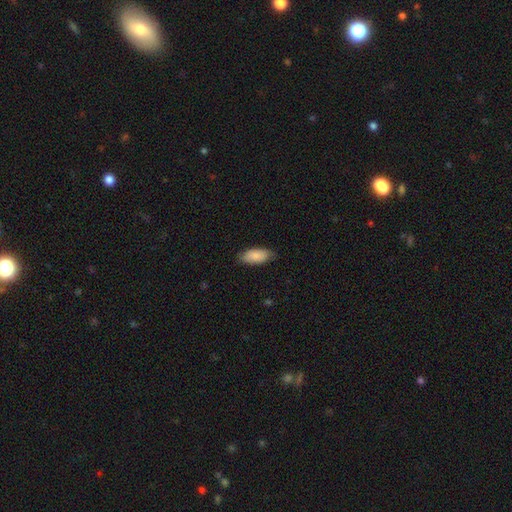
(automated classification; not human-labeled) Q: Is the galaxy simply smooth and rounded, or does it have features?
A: smooth — 86%.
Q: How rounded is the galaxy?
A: in between — 87%.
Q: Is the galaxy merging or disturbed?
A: none — 79%.